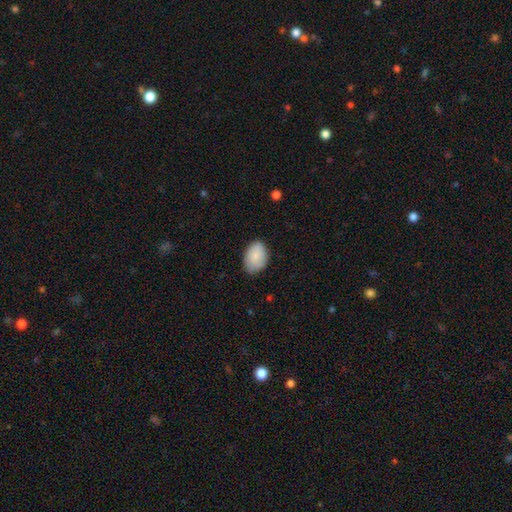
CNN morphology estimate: Smooth or featured? Predicted: smooth (p=0.86). How rounded? Predicted: in between (p=0.85). Merging? Predicted: none (p=0.75).